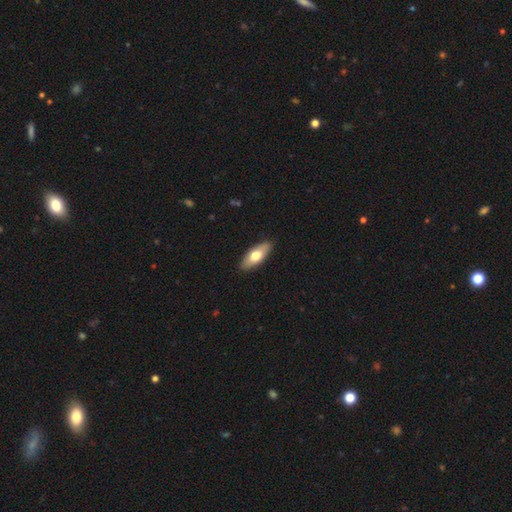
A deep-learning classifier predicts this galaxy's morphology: Smooth or featured: smooth — 69% (featured or disk — 26%)
How rounded: in between — 74% (cigar-shaped — 23%)
Merging: none — 89% (minor disturbance — 8%)